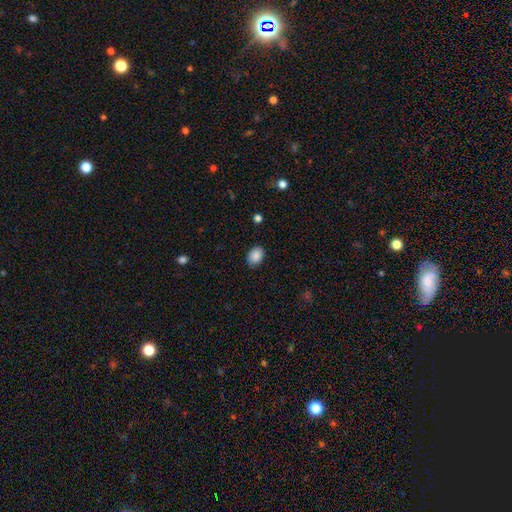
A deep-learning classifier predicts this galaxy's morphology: Q: Smooth or featured?
A: smooth (89%); runner-up: star or artifact (8%)
Q: How rounded?
A: in between (72%); runner-up: round (27%)
Q: Merging?
A: none (87%); runner-up: minor disturbance (10%)